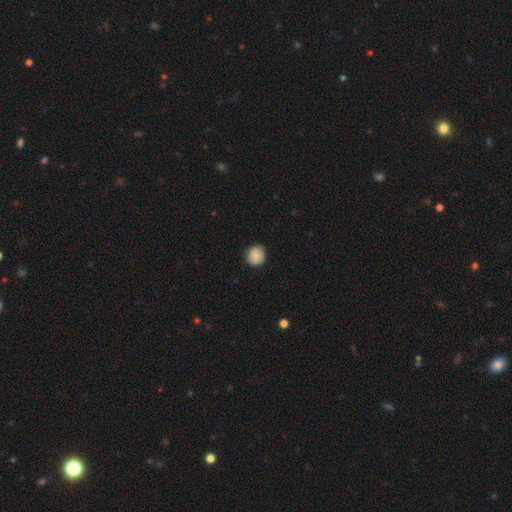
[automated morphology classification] type=smooth (83%); roundness=round (87%); merging=none (86%).